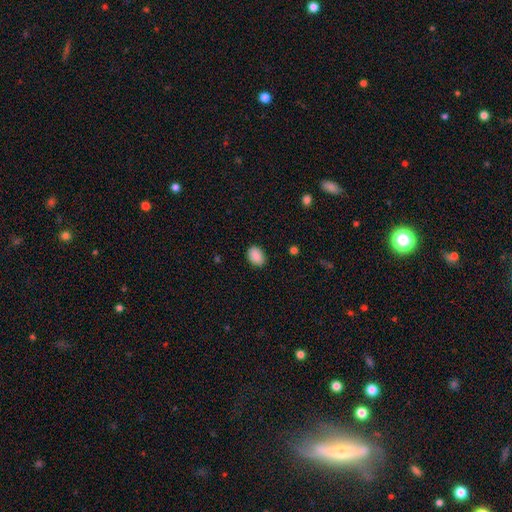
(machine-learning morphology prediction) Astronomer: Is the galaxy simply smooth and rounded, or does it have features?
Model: smooth — 89%.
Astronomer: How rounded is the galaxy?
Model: in between — 78%.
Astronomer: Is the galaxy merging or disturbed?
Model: none — 86%.